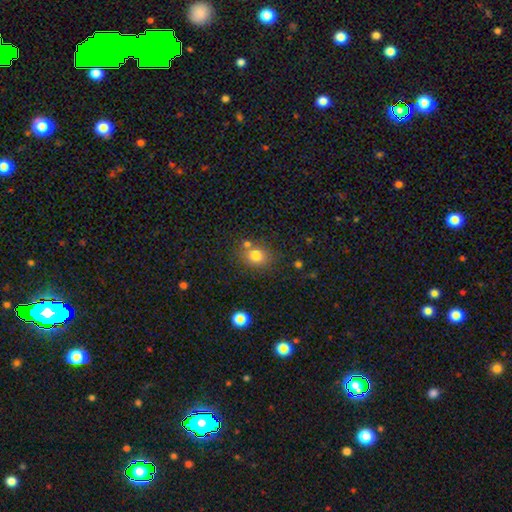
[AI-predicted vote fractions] This appears to be a smooth galaxy with no disk features (79%) that is round (61%). Merging: none (66%).